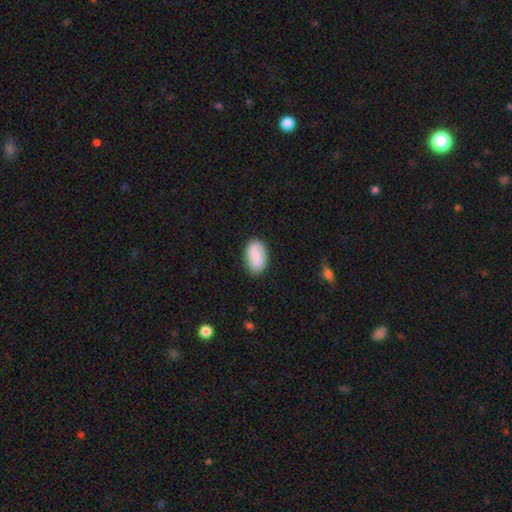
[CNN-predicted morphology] Smooth or featured?
  - smooth: 82% *
  - featured or disk: 11%
  - star or artifact: 6%
How rounded?
  - in between: 93% *
  - round: 5%
  - cigar-shaped: 2%
Merging?
  - none: 83% *
  - minor disturbance: 12%
  - major disturbance: 3%
  - merger: 1%